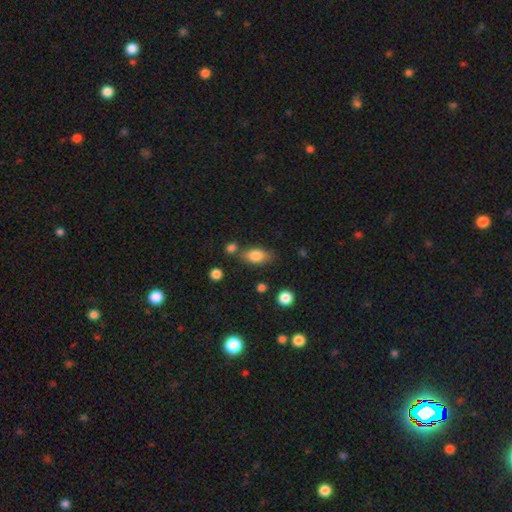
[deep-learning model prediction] This appears to be a smooth galaxy with no disk features (81%) that is in between round and cigar-shaped (86%). Merging: none (68%).